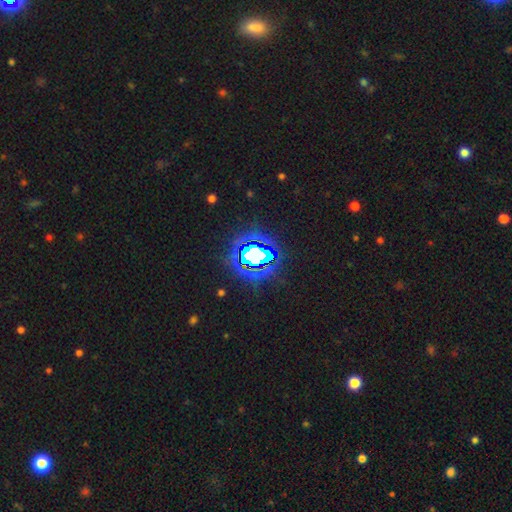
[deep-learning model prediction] A star or artifact, not a galaxy (71%).